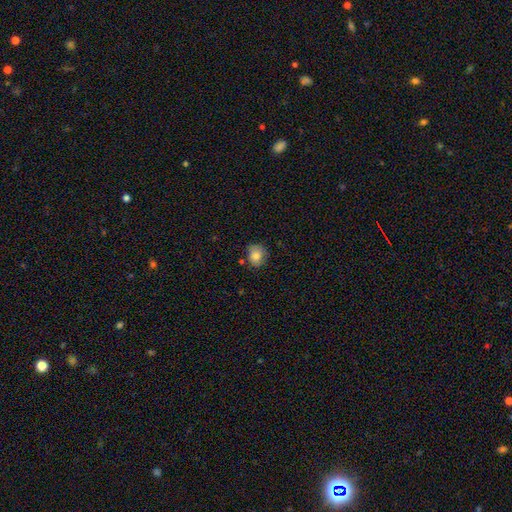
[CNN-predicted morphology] The model was most divided on "how rounded": round: 65%, in between: 34%, cigar-shaped: 1%. More confident: smooth or featured — smooth (81%); merging — none (67%).